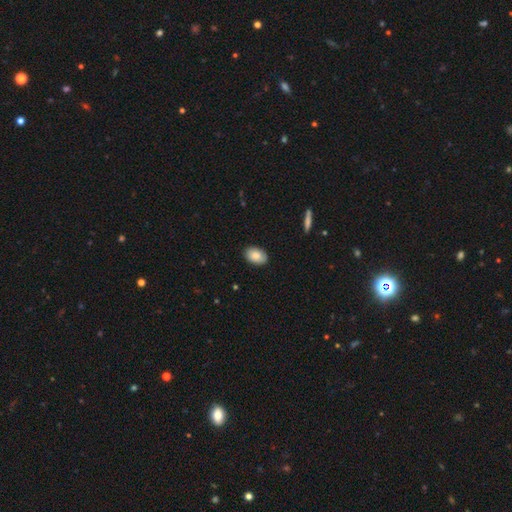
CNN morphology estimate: Smooth or featured? smooth (86%)
How rounded? in between (90%)
Merging? none (88%)